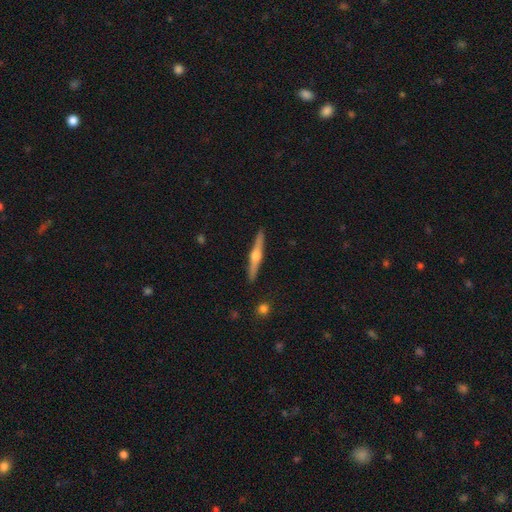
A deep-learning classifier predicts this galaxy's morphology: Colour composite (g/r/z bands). It shows a featured or disk galaxy (74%) viewed edge-on (98%) with a rounded central bulge (94%). Merging: none (92%).